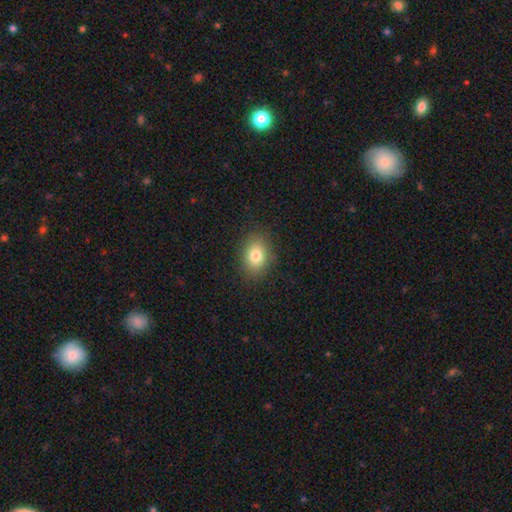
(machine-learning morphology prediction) A smooth galaxy with no disk features (79%) that is in between round and cigar-shaped (63%). Merging: none (86%).